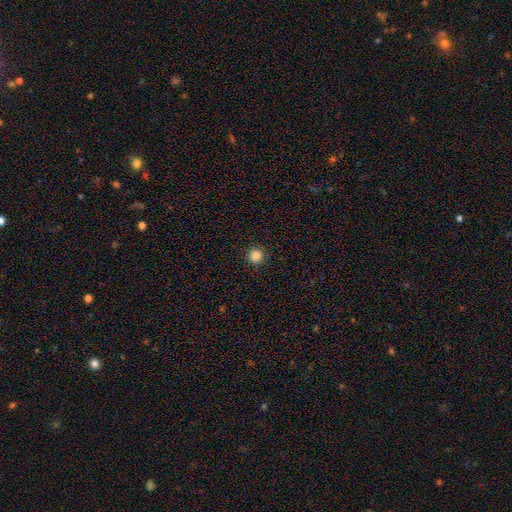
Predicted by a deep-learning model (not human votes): Overall: smooth (86%). How rounded: round (95%). Merging: none (93%).